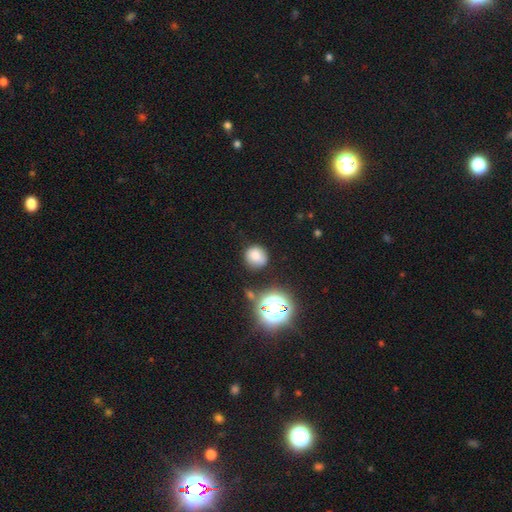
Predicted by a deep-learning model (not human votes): This is likely a smooth galaxy (76%). How rounded: clearly round (88%). Merging: likely none (78%).